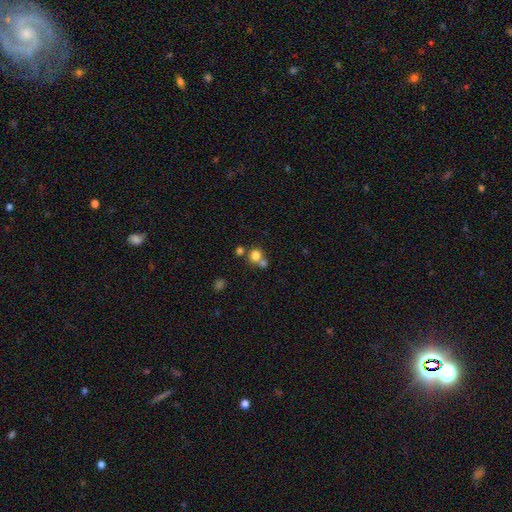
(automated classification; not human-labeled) Smooth or featured? smooth (77%)
How rounded? round (85%)
Merging? none (49%)